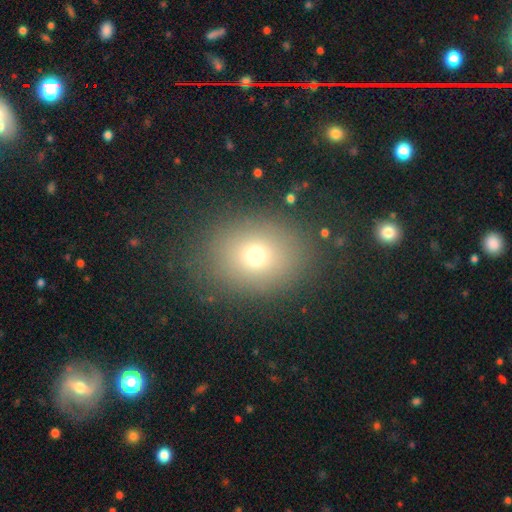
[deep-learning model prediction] smooth 71%, star or artifact 17%, featured or disk 12%. Down the decision tree: how rounded — in between (51%); merging — none (84%).